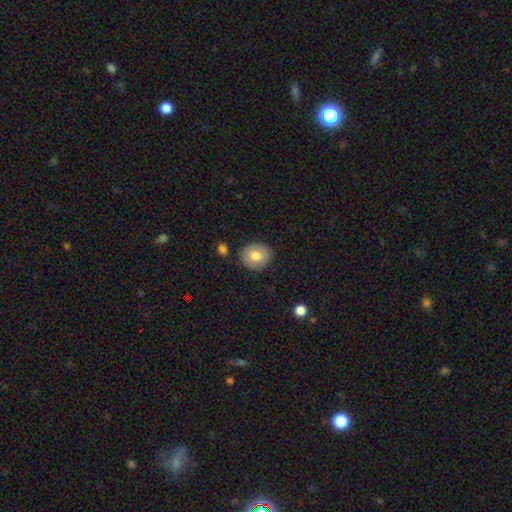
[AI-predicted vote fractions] This appears to be a smooth galaxy with no disk features (75%) that is round (71%). Merging: none (83%).